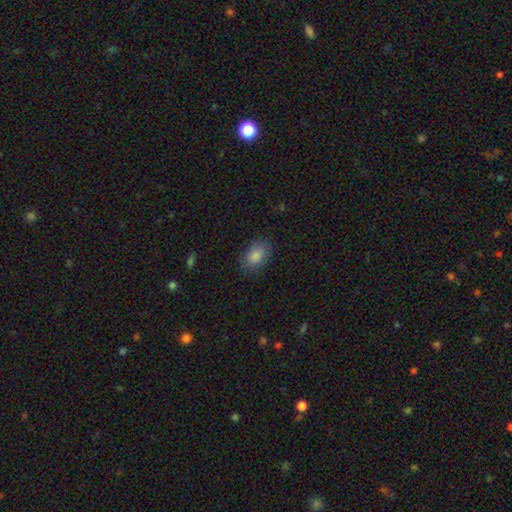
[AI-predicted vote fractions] Smooth or featured?
  - smooth: 83% *
  - star or artifact: 10%
  - featured or disk: 7%
How rounded?
  - in between: 83% *
  - round: 15%
  - cigar-shaped: 1%
Merging?
  - none: 85% *
  - minor disturbance: 11%
  - major disturbance: 3%
  - merger: 1%